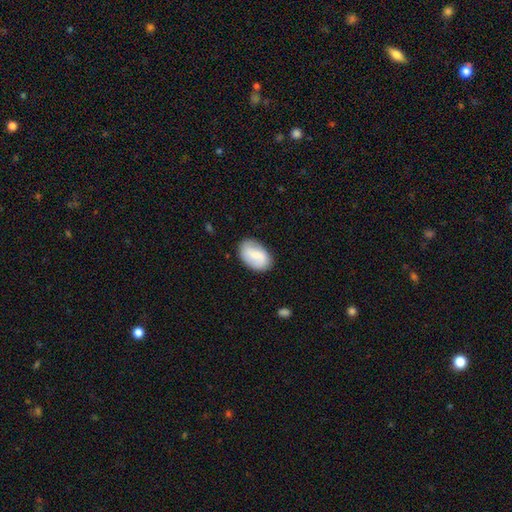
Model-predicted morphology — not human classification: A smooth galaxy with no disk features (69%) that is in between round and cigar-shaped (91%).

Vote fractions:
- Smooth or featured? smooth: 69% / featured or disk: 24% / star or artifact: 6%
- How rounded? in between: 91% / round: 8% / cigar-shaped: 1%
- Merging? none: 80% / minor disturbance: 15% / major disturbance: 4% / merger: 1%